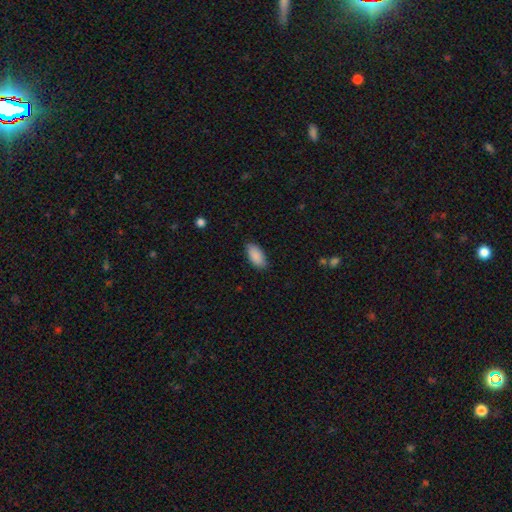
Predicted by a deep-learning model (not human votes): This appears to be a smooth galaxy with no disk features (90%) that is in between round and cigar-shaped (92%). Merging: none (85%).